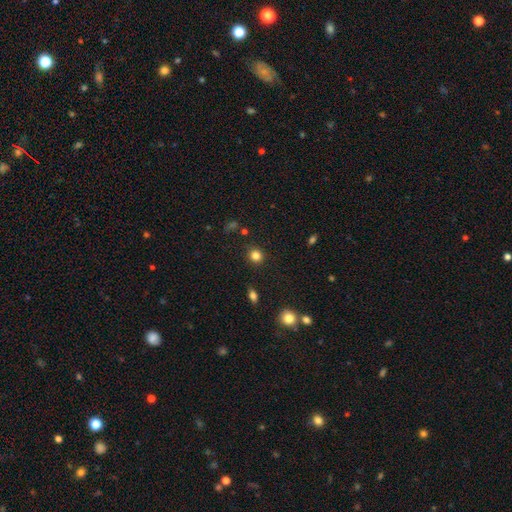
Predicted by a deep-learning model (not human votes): This is clearly a smooth galaxy (83%). How rounded: clearly round (84%). Merging: clearly none (87%).